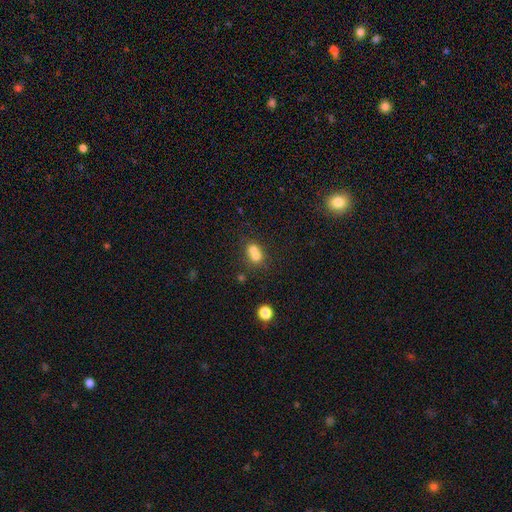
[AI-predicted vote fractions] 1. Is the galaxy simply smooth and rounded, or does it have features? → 68% smooth, 18% featured or disk, 14% star or artifact.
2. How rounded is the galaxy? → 56% round, 43% in between, 2% cigar-shaped.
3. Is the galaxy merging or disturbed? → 62% merger, 27% none, 7% minor disturbance, 4% major disturbance.